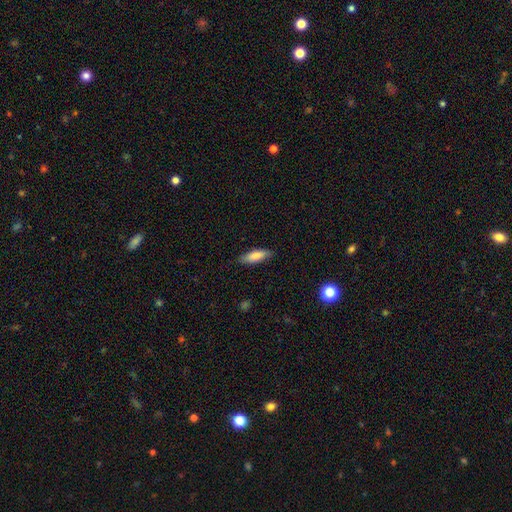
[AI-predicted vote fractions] A smooth galaxy with no disk features (82%) that is in between round and cigar-shaped (58%). Merging: none (84%).